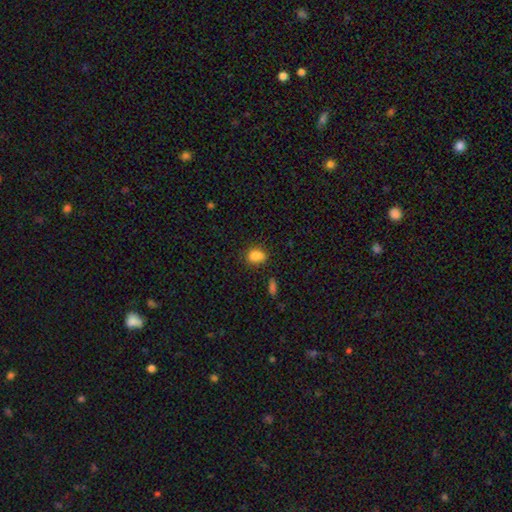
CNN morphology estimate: smooth 77%, star or artifact 12%, featured or disk 11%. Down the decision tree: how rounded — in between (53%); merging — none (43%).